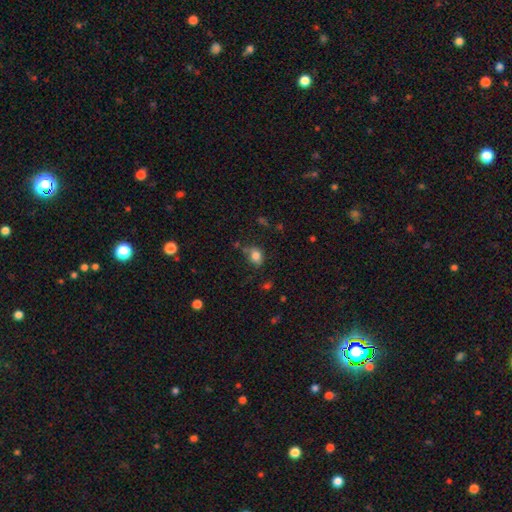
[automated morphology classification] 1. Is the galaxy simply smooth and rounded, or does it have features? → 81% smooth, 11% star or artifact, 8% featured or disk.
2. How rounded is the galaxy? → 60% in between, 39% round, 1% cigar-shaped.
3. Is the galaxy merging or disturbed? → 54% none, 28% minor disturbance, 10% major disturbance, 8% merger.